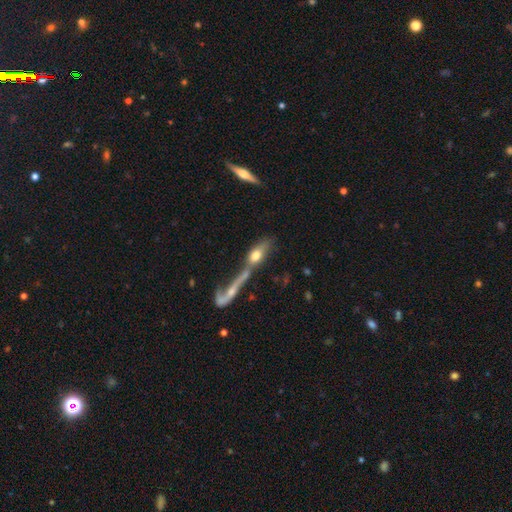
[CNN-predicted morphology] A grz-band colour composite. It shows a smooth galaxy with no disk features (58%) that is in between round and cigar-shaped (62%). Merging: merger (63%).